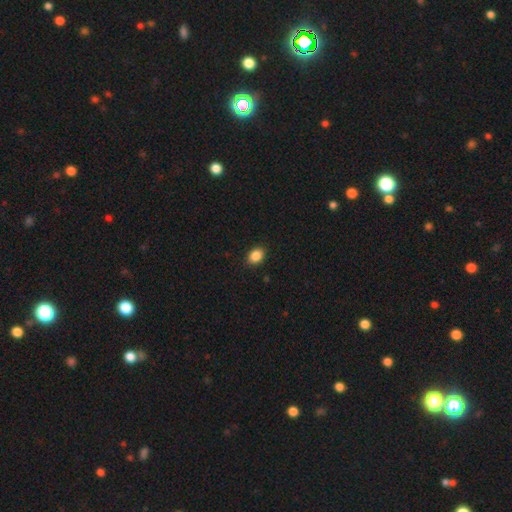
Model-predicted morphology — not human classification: Smooth or featured? Predicted: smooth (p=0.87). How rounded? Predicted: in between (p=0.65). Merging? Predicted: none (p=0.90).